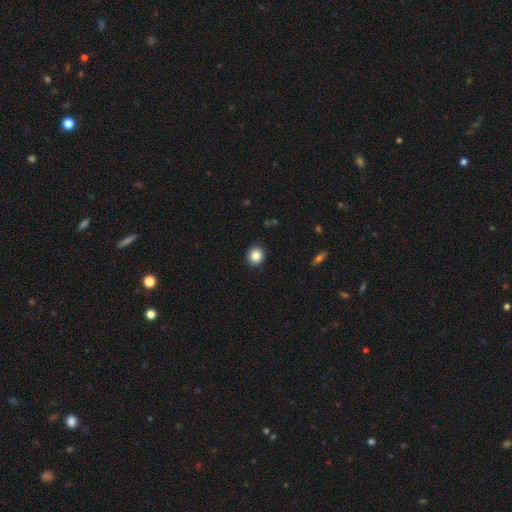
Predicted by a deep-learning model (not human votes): A smooth galaxy with no disk features (85%) that is round (86%). Merging: none (91%).